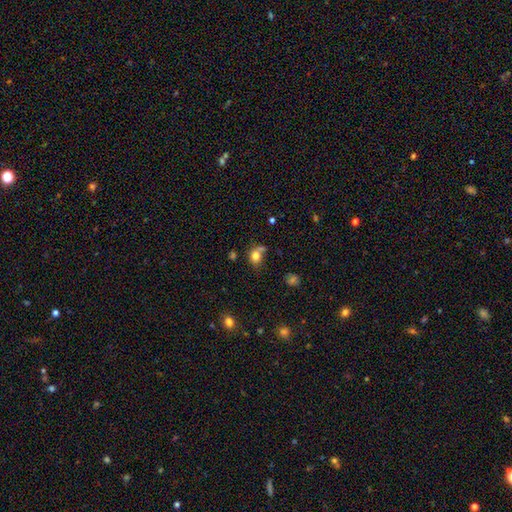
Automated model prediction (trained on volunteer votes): Q: Smooth or featured?
A: smooth (78%); runner-up: star or artifact (12%)
Q: How rounded?
A: round (60%); runner-up: in between (39%)
Q: Merging?
A: none (47%); runner-up: merger (23%)